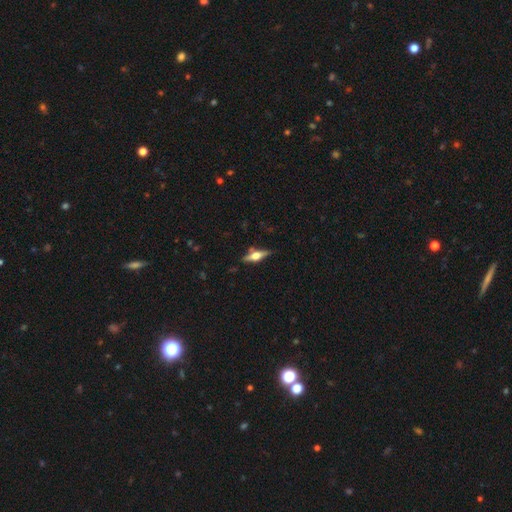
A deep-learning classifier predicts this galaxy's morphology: Smooth or featured? Predicted: featured or disk (p=0.68). Edge-on disk? Predicted: yes (p=0.96). Edge-on bulge? Predicted: rounded (p=0.92). Merging? Predicted: none (p=0.79).